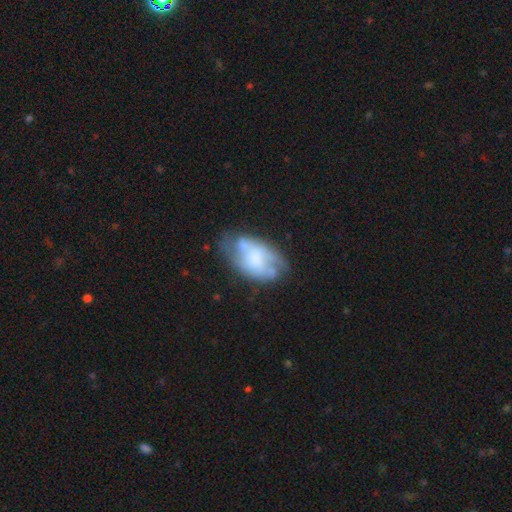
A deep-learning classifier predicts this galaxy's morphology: featured or disk 54%, smooth 37%, star or artifact 9%. Down the decision tree: edge-on disk — no (95%); bar — no (72%); spiral arms — no (51%); bulge size — moderate (29%); merging — none (45%).